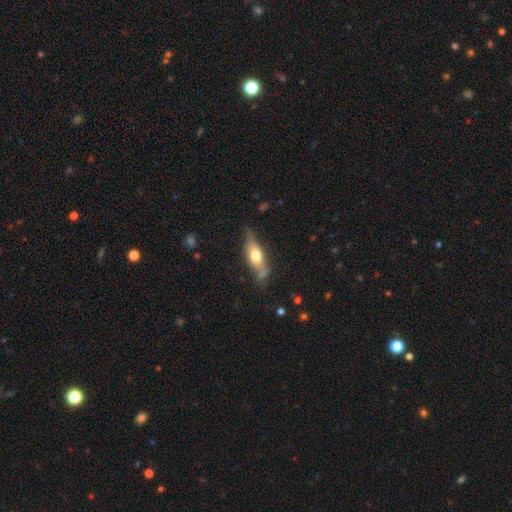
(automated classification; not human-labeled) A smooth galaxy with no disk features (50%) that is in between round and cigar-shaped (54%). Merging: none (62%).